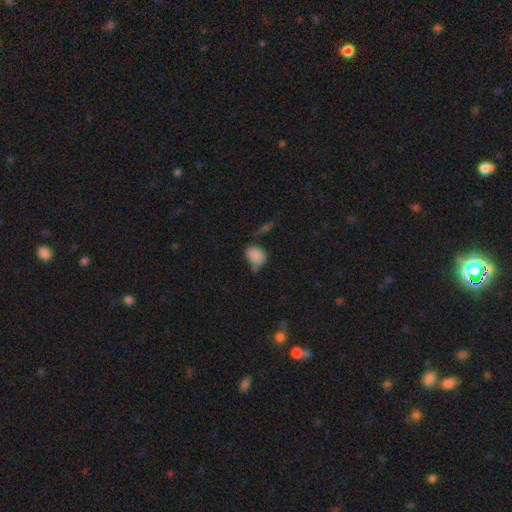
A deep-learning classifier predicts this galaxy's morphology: type=smooth (80%); roundness=in between (60%); merging=none (41%).